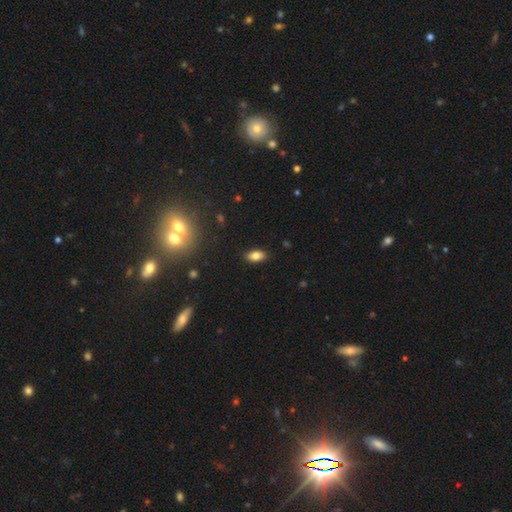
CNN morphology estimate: This appears to be a smooth galaxy with no disk features (80%) that is in between round and cigar-shaped (90%). Merging: none (88%).